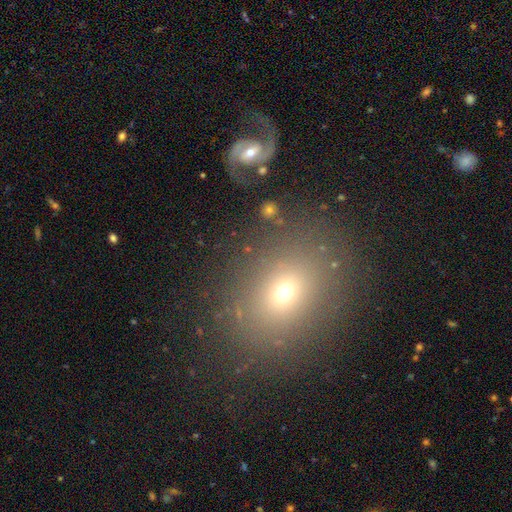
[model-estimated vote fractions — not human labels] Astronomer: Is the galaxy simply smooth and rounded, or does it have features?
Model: smooth — 56%.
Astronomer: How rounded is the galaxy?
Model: round — 50% (runner-up: in between, 48%).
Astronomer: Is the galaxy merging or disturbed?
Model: none — 80%.